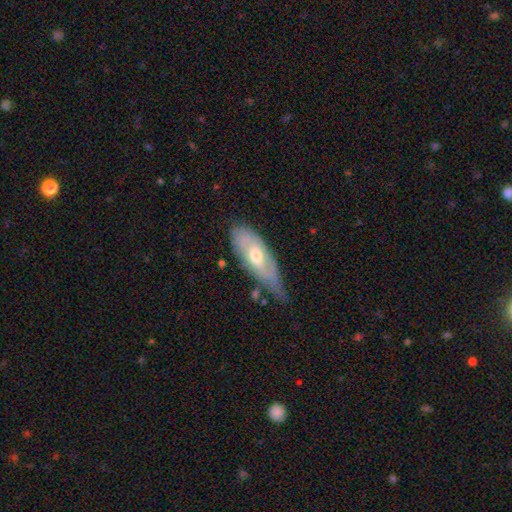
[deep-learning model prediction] smooth_or_featured: featured or disk (p=0.55) [alt: smooth p=0.38]
disk_edge_on: no (p=0.73) [alt: yes p=0.27]
merging: none (p=0.43) [alt: minor disturbance p=0.42]